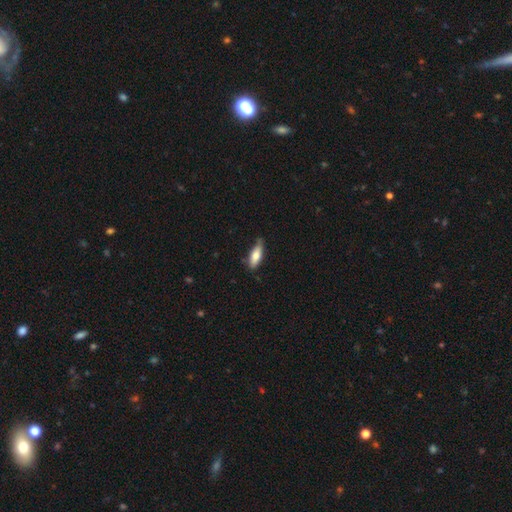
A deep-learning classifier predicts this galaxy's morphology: Q: Smooth or featured?
A: smooth (77%); runner-up: featured or disk (17%)
Q: How rounded?
A: in between (64%); runner-up: cigar-shaped (34%)
Q: Merging?
A: none (70%); runner-up: minor disturbance (25%)